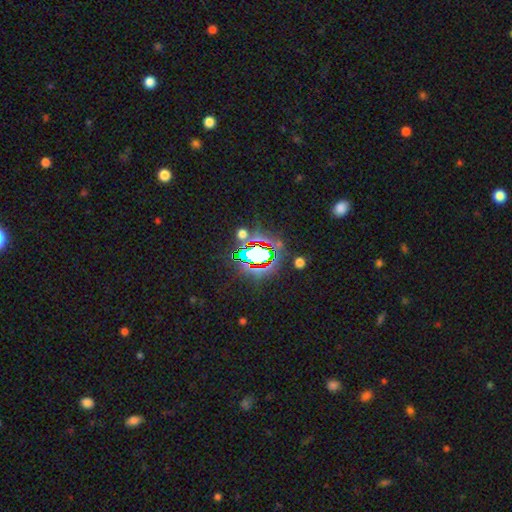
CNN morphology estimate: smooth_or_featured: star or artifact (p=0.70) [alt: smooth p=0.18]